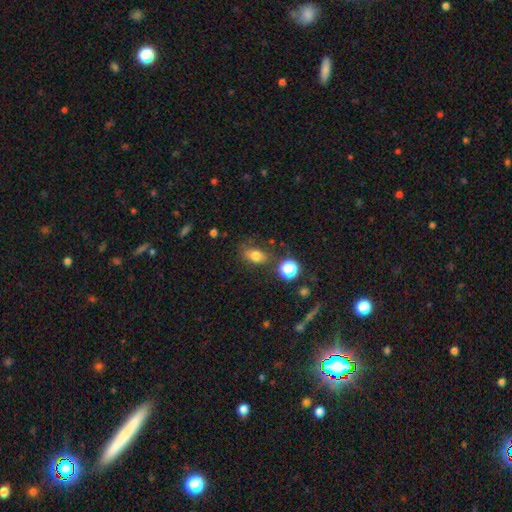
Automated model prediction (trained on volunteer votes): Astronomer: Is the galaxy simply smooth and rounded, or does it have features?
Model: smooth — 75%.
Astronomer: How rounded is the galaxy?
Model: in between — 76%.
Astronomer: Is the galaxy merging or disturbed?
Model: none — 68%.